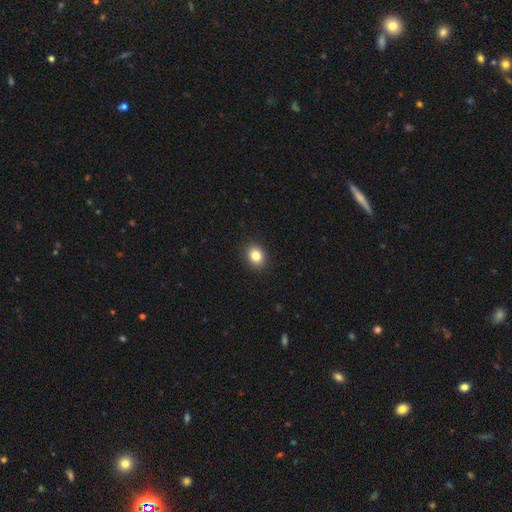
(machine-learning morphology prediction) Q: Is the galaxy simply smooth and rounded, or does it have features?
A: smooth — 84%.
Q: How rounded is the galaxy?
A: in between — 51%.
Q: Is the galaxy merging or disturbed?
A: none — 91%.